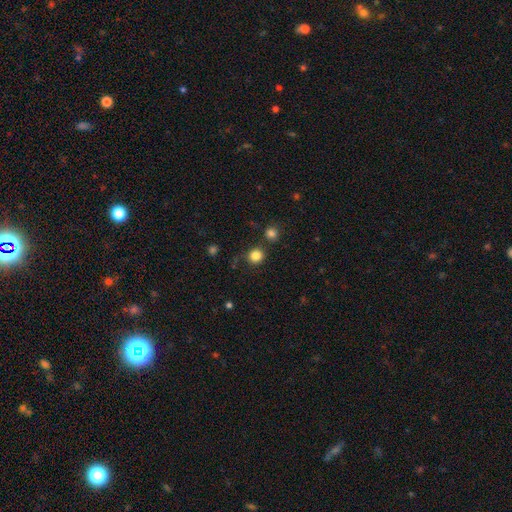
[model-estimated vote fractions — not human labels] Morphology: type=smooth (84%); roundness=round (91%); merging=none (81%).